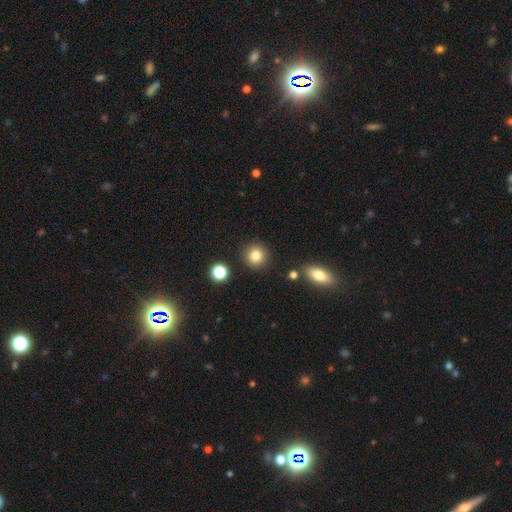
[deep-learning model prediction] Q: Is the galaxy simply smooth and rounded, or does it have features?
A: smooth — 82%.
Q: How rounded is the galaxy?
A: round — 92%.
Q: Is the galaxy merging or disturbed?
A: none — 88%.